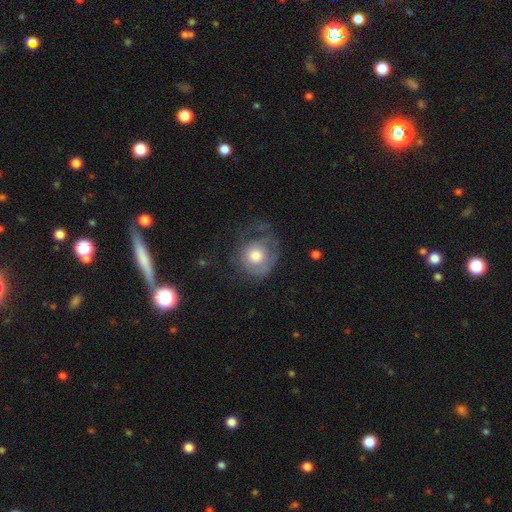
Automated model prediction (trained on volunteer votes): smooth-or-featured: smooth: 53% | featured or disk: 39% | star or artifact: 8%
  how-rounded: round: 80% | in between: 19% | cigar-shaped: 1%
  merging: none: 41% | major disturbance: 33% | minor disturbance: 25% | merger: 2%